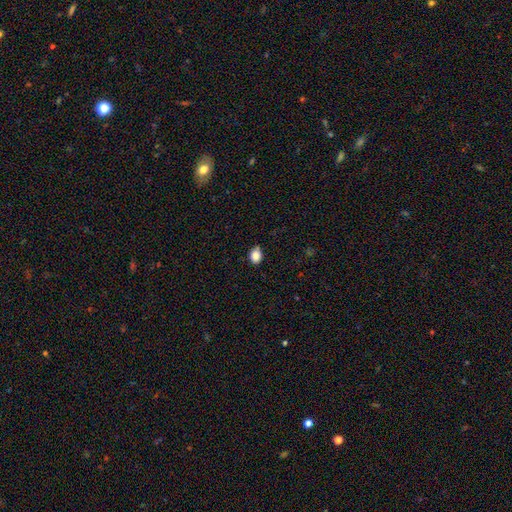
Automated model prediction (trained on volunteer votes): Smooth or featured? smooth (87%)
How rounded? in between (61%)
Merging? none (80%)